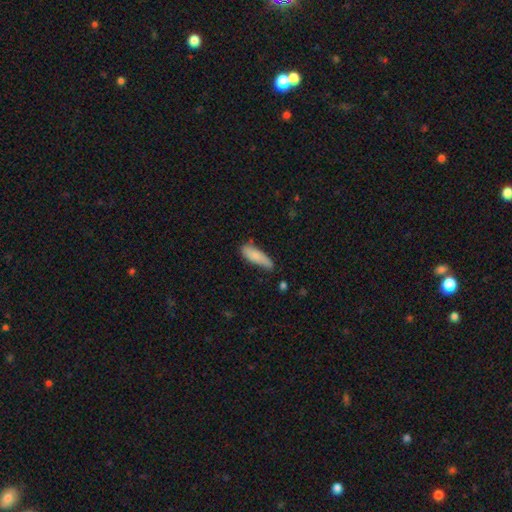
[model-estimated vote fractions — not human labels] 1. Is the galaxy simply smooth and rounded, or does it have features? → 81% smooth, 13% featured or disk, 6% star or artifact.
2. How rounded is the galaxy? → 50% cigar-shaped, 48% in between, 2% round.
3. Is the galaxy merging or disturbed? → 58% none, 32% minor disturbance, 6% major disturbance, 4% merger.